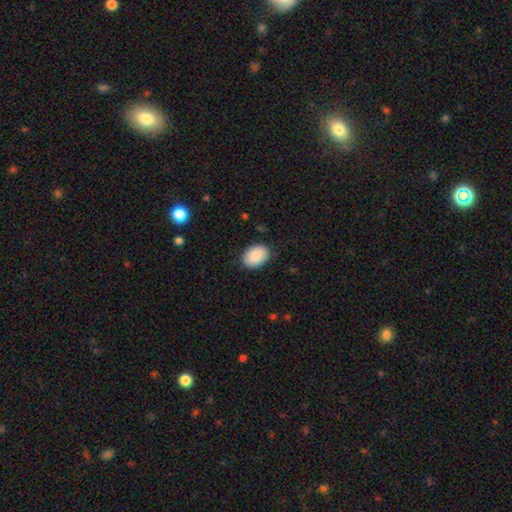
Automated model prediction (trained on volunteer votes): Smooth or featured? smooth (88%)
How rounded? in between (80%)
Merging? none (86%)